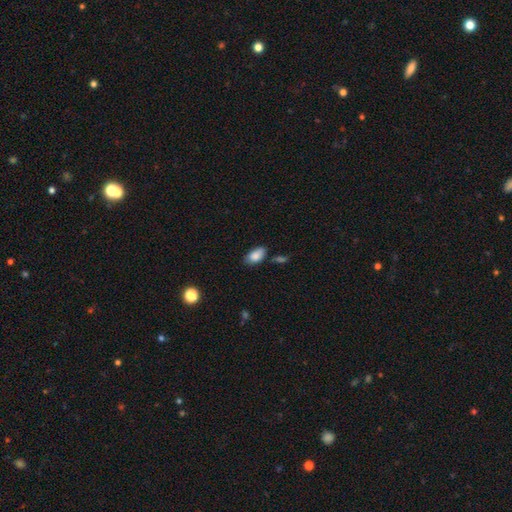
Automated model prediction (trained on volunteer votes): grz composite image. It shows a smooth galaxy with no disk features (85%) that is in between round and cigar-shaped (93%). Merging: none (69%).